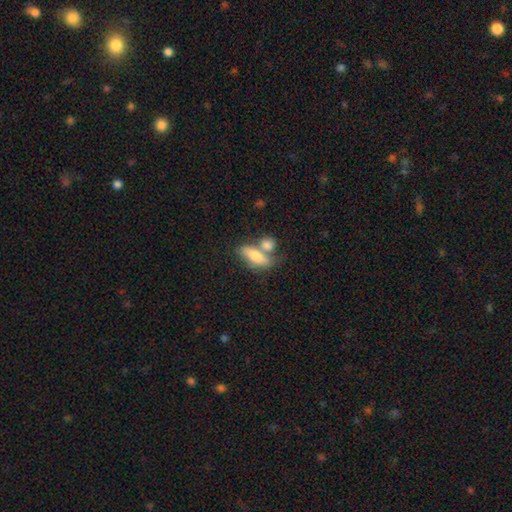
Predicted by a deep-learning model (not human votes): smooth_or_featured: smooth (p=0.69) [alt: featured or disk p=0.24]
how_rounded: in between (p=0.68) [alt: cigar-shaped p=0.25]
merging: merger (p=0.45) [alt: none p=0.36]